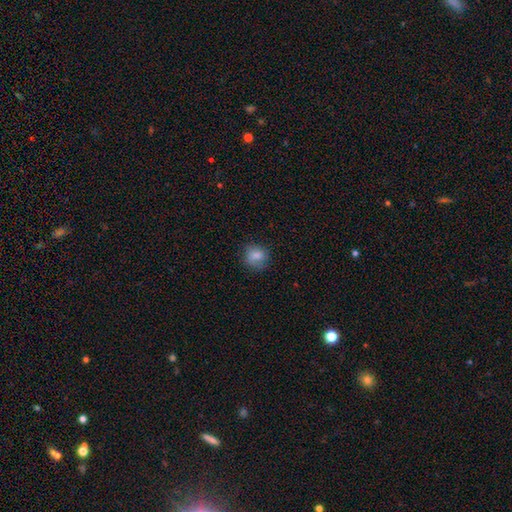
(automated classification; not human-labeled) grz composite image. It shows a smooth galaxy with no disk features (80%) that is round (76%). Merging: none (72%).